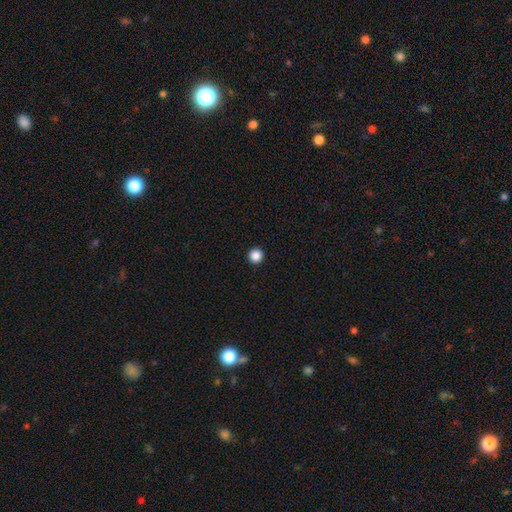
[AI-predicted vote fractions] Q: Smooth or featured?
A: smooth (87%); runner-up: star or artifact (11%)
Q: How rounded?
A: round (97%); runner-up: in between (2%)
Q: Merging?
A: none (95%); runner-up: minor disturbance (3%)